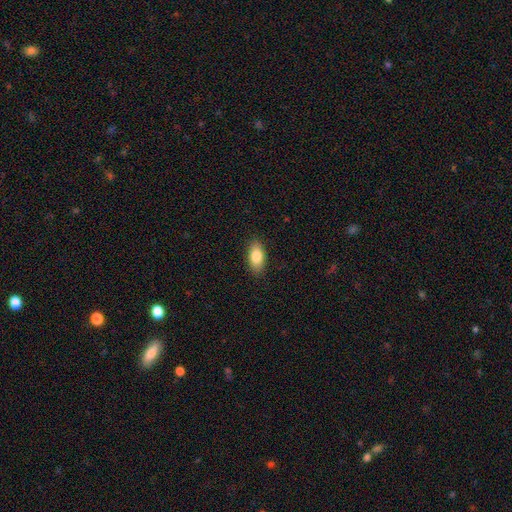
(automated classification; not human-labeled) This is clearly a smooth galaxy (84%). How rounded: clearly in between (89%). Merging: clearly none (87%).